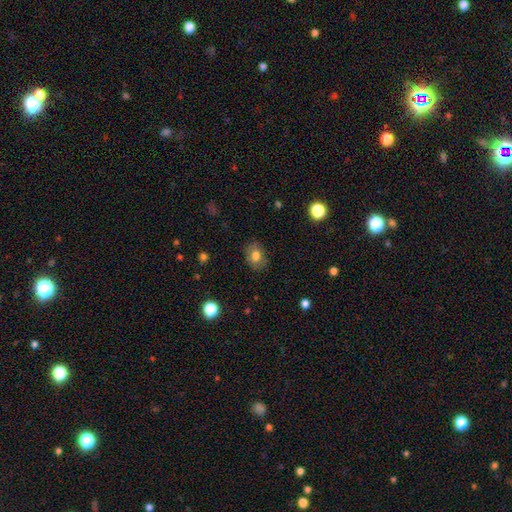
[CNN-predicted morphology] smooth-or-featured: smooth: 75% | featured or disk: 16% | star or artifact: 9%
  how-rounded: in between: 66% | round: 33% | cigar-shaped: 1%
  merging: none: 83% | minor disturbance: 12% | major disturbance: 3% | merger: 1%